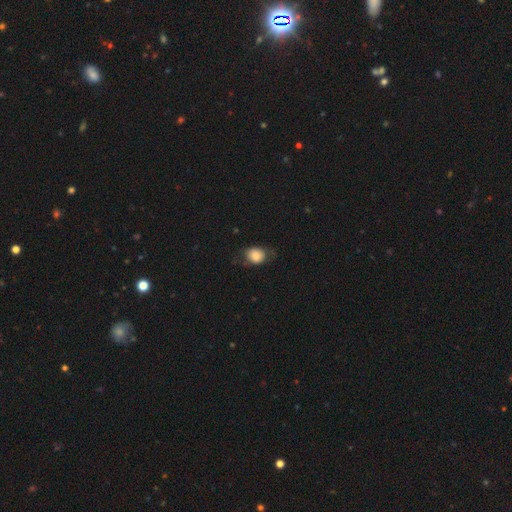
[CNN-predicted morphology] smooth 75%, featured or disk 16%, star or artifact 9%. Down the decision tree: how rounded — round (55%); merging — none (62%).